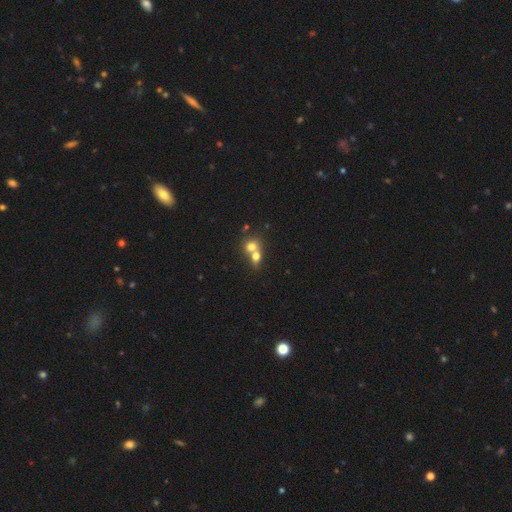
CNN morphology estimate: smooth 72%, featured or disk 17%, star or artifact 11%. Down the decision tree: how rounded — round (64%); merging — merger (68%).